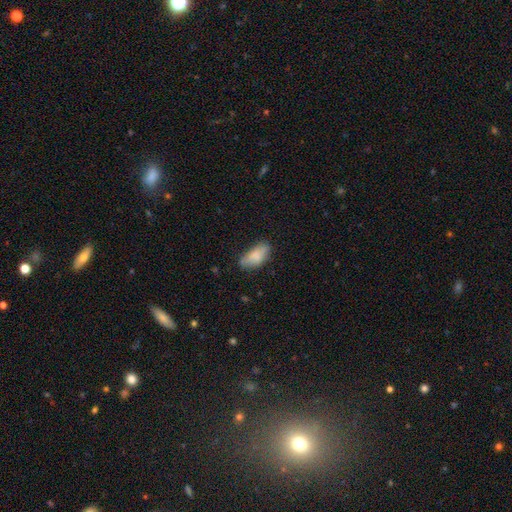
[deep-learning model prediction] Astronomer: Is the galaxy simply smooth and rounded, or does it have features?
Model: smooth — 78%.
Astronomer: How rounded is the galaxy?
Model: in between — 88%.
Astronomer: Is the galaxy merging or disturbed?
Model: none — 61%.